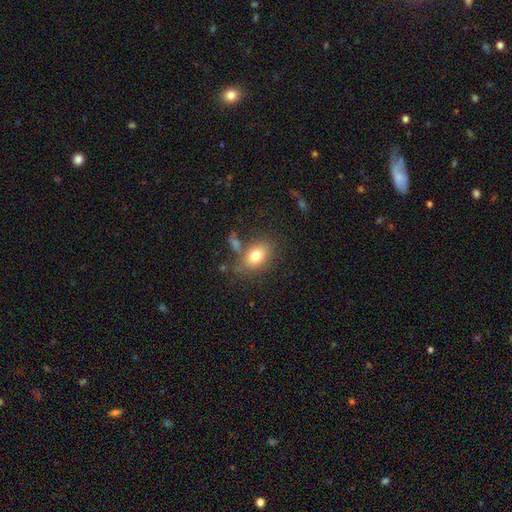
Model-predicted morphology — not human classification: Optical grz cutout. It shows a smooth galaxy with no disk features (77%) that is in between round and cigar-shaped (81%). Merging: none (64%).